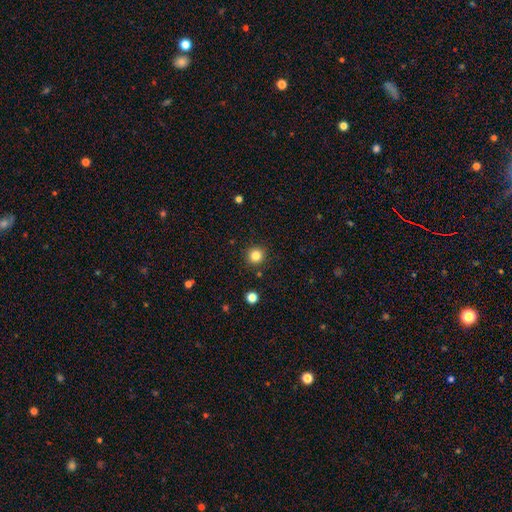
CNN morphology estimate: smooth_or_featured: smooth (p=0.83) [alt: star or artifact p=0.12]
how_rounded: round (p=0.94) [alt: in between p=0.05]
merging: none (p=0.90) [alt: minor disturbance p=0.06]